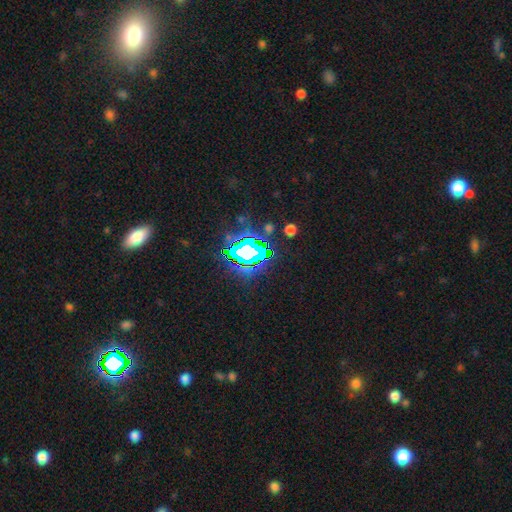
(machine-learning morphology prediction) Smooth or featured?
  - star or artifact: 72% *
  - smooth: 16%
  - featured or disk: 12%